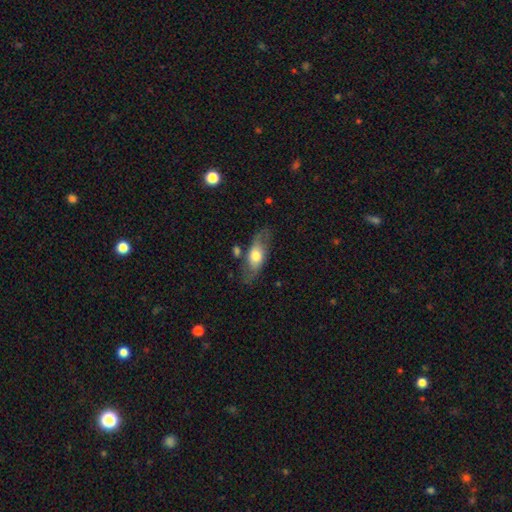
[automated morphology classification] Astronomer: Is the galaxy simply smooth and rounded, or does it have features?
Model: smooth — 51% (runner-up: featured or disk, 42%).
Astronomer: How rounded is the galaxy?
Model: in between — 75%.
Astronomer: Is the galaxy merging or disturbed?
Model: none — 66%.